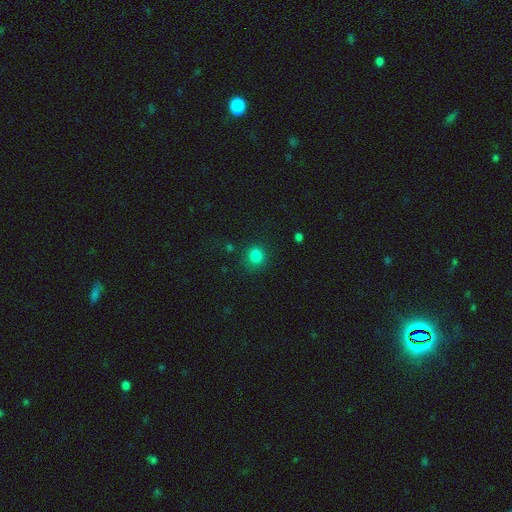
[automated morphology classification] A smooth galaxy with no disk features (83%) that is round (84%).

Vote fractions:
- Smooth or featured? smooth: 83% / star or artifact: 13% / featured or disk: 4%
- How rounded? round: 84% / in between: 15% / cigar-shaped: 1%
- Merging? none: 82% / minor disturbance: 11% / major disturbance: 4% / merger: 2%